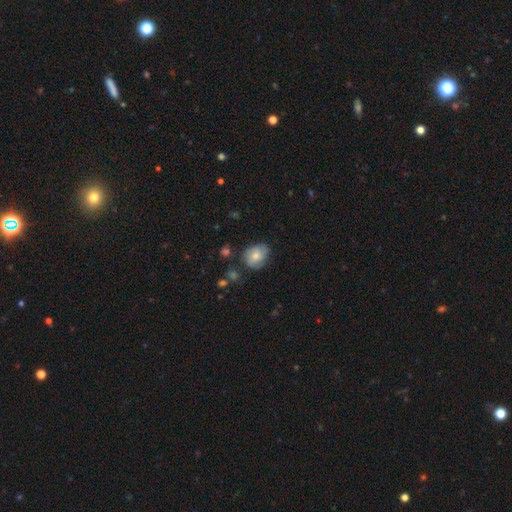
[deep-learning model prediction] This is likely a smooth galaxy (66%). How rounded: possibly in between (55%). Merging: likely none (61%).